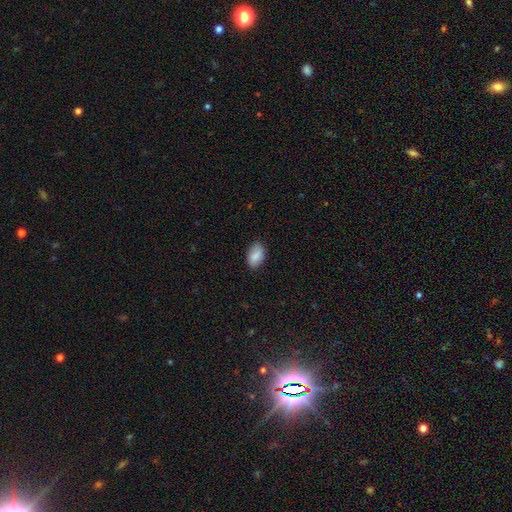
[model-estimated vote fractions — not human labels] Q: Smooth or featured?
A: smooth (83%); runner-up: featured or disk (10%)
Q: How rounded?
A: in between (92%); runner-up: round (6%)
Q: Merging?
A: none (83%); runner-up: minor disturbance (13%)